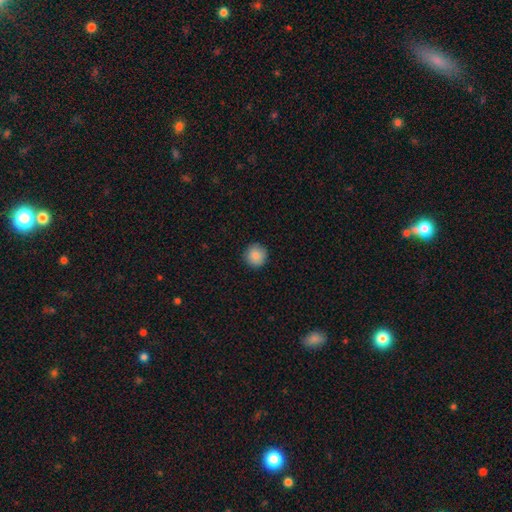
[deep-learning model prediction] Smooth or featured? Predicted: smooth (p=0.89). How rounded? Predicted: round (p=0.95). Merging? Predicted: none (p=0.92).